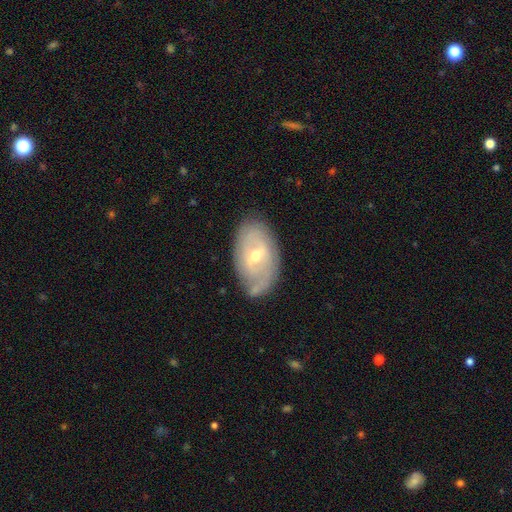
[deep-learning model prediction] Smooth or featured: featured or disk — 69% (smooth — 25%)
Edge-on disk: no — 92% (yes — 8%)
Bar: weak — 55% (no — 25%)
Spiral arms: yes — 69% (no — 31%)
Bulge size: moderate — 55% (small — 42%)
Merging: none — 69% (minor disturbance — 22%)